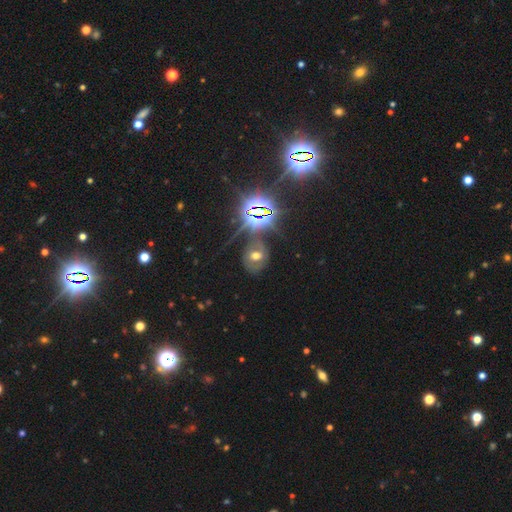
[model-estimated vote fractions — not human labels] This appears to be a featured or disk galaxy (37%). Merging: none (62%).